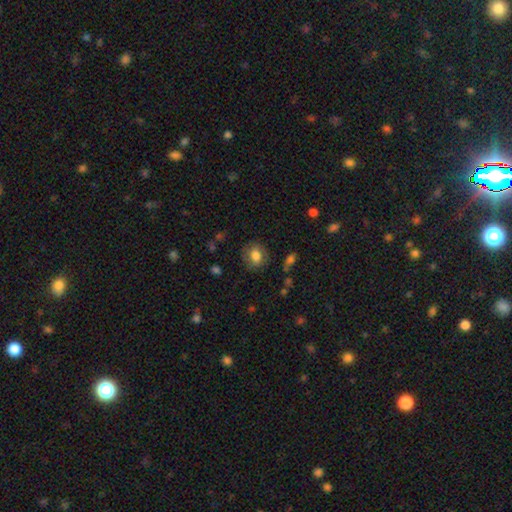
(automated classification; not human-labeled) The model was most divided on "how rounded": round: 60%, in between: 39%, cigar-shaped: 1%. More confident: merging — none (78%); smooth or featured — smooth (73%).